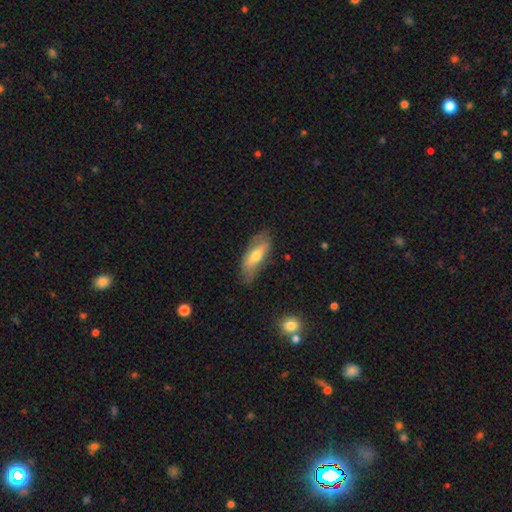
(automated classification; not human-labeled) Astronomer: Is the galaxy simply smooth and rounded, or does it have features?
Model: smooth — 54% (runner-up: featured or disk, 39%).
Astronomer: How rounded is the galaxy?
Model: in between — 70%.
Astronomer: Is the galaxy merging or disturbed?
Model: none — 64%.